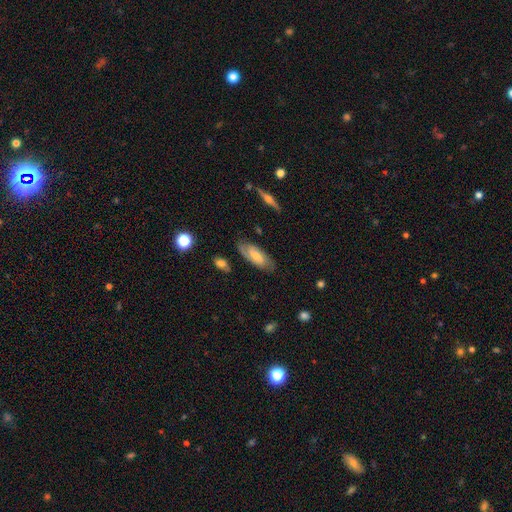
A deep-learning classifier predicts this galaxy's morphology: Smooth or featured? featured or disk (60%)
Edge-on disk? no (85%)
Bar? weak (47%)
Spiral arms? yes (84%)
Bulge size? moderate (49%)
Merging? none (80%)